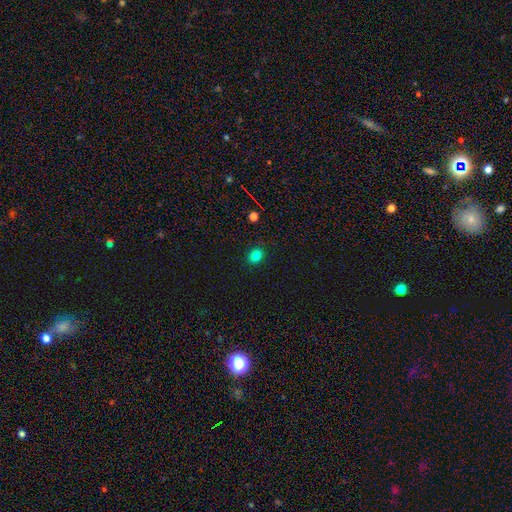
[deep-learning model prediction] This appears to be a smooth galaxy with no disk features (82%) that is round (53%). Merging: none (88%).